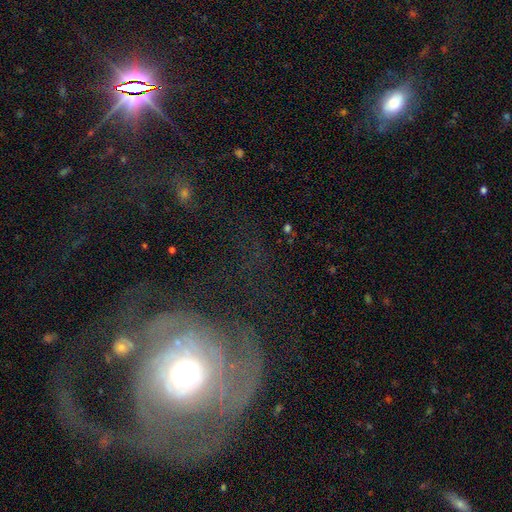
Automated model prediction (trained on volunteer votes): Q: Smooth or featured?
A: featured or disk (65%); runner-up: smooth (19%)
Q: Edge-on disk?
A: no (94%); runner-up: yes (6%)
Q: Bar?
A: no (76%); runner-up: weak (16%)
Q: Spiral arms?
A: yes (72%); runner-up: no (28%)
Q: Bulge size?
A: moderate (64%); runner-up: large (17%)
Q: Merging?
A: none (44%); runner-up: major disturbance (35%)